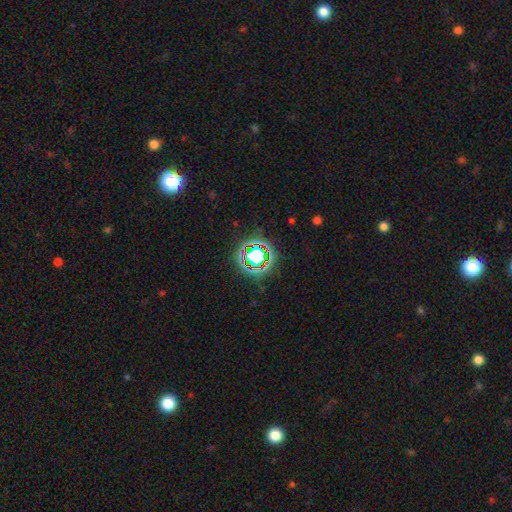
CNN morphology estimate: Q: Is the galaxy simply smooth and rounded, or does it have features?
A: star or artifact — 61%.